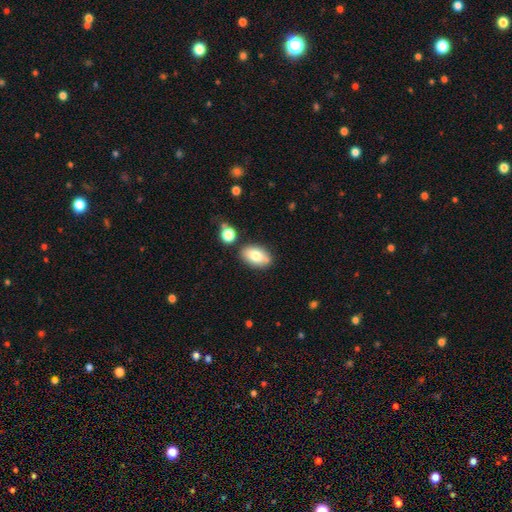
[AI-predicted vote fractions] This is likely a smooth galaxy (76%). How rounded: clearly in between (90%). Merging: likely none (78%).